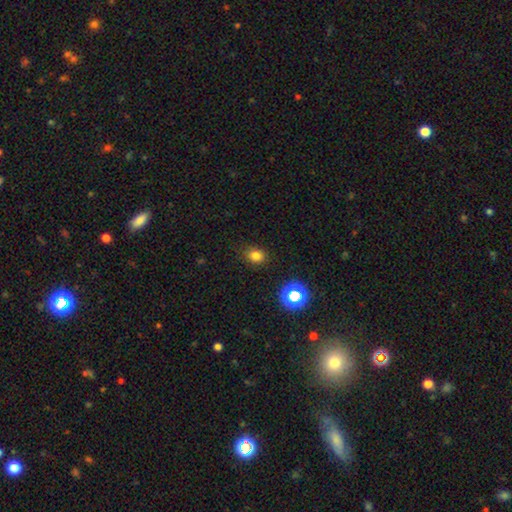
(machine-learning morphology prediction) This is likely a smooth galaxy (77%). How rounded: possibly round (53%). Merging: clearly none (84%).